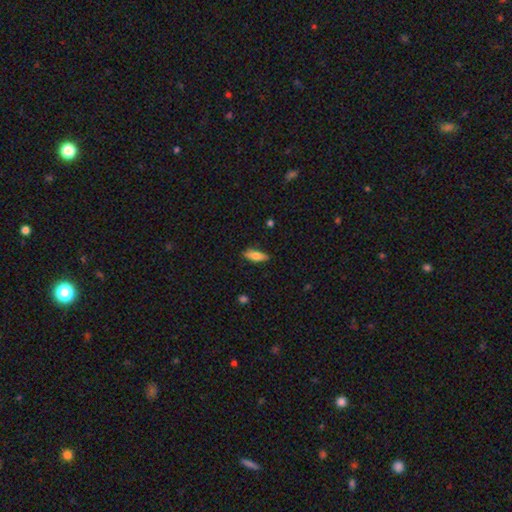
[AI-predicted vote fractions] Q: Smooth or featured?
A: smooth (71%); runner-up: featured or disk (22%)
Q: How rounded?
A: in between (59%); runner-up: cigar-shaped (39%)
Q: Merging?
A: none (82%); runner-up: minor disturbance (14%)